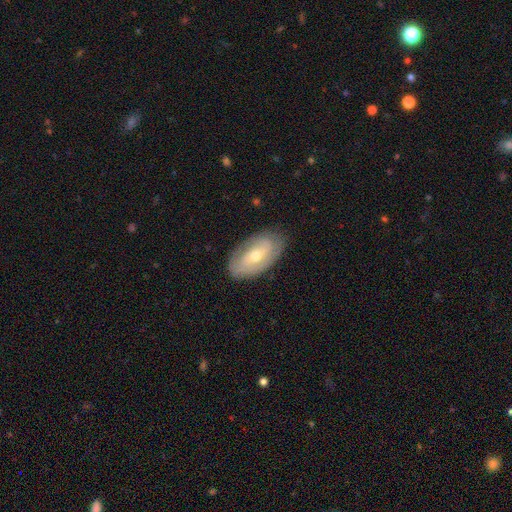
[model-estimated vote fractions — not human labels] Morphology: type=featured or disk (62%); edge-on=no (91%); bar=no (55%); spiral arms=yes (70%); bulge=moderate (52%); merging=none (80%).